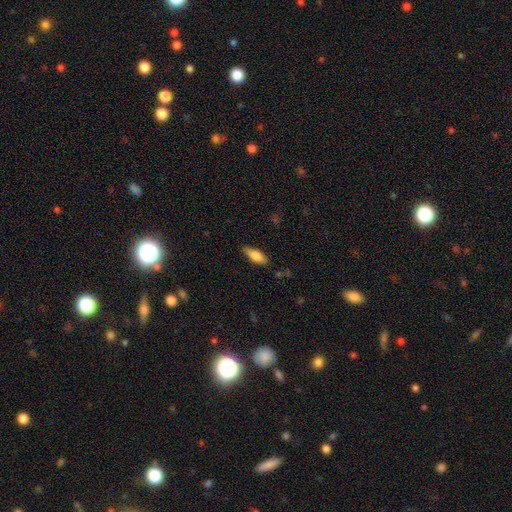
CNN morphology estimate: Overall: smooth (77%). How rounded: in between (67%; cigar-shaped 31%). Merging: none (84%).